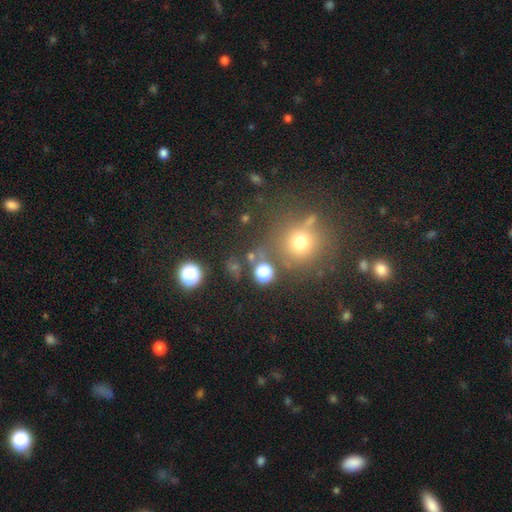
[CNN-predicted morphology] Q: Smooth or featured?
A: smooth (54%); runner-up: star or artifact (37%)
Q: How rounded?
A: round (90%); runner-up: in between (9%)
Q: Merging?
A: none (77%); runner-up: minor disturbance (10%)